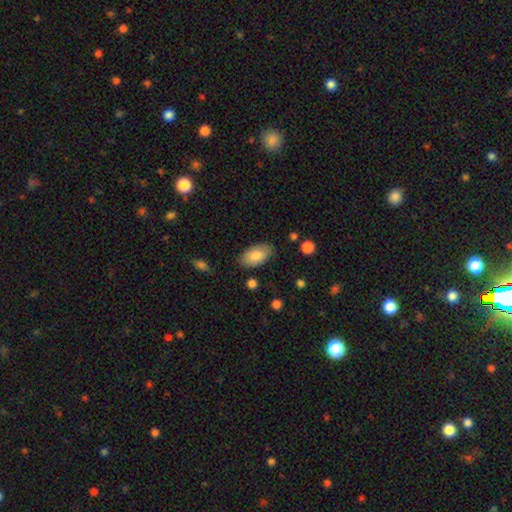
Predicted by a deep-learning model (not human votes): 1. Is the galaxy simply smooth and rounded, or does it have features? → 82% smooth, 11% featured or disk, 6% star or artifact.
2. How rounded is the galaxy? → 95% in between, 3% round, 3% cigar-shaped.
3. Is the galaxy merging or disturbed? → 82% none, 13% minor disturbance, 3% major disturbance, 2% merger.